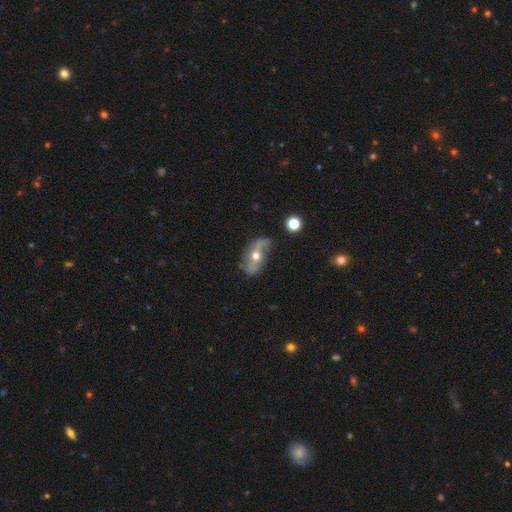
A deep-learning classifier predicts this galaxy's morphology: Q: Smooth or featured?
A: featured or disk (66%); runner-up: smooth (25%)
Q: Edge-on disk?
A: no (87%); runner-up: yes (13%)
Q: Bar?
A: no (60%); runner-up: weak (24%)
Q: Spiral arms?
A: yes (74%); runner-up: no (26%)
Q: Bulge size?
A: moderate (70%); runner-up: small (24%)
Q: Merging?
A: none (55%); runner-up: minor disturbance (27%)